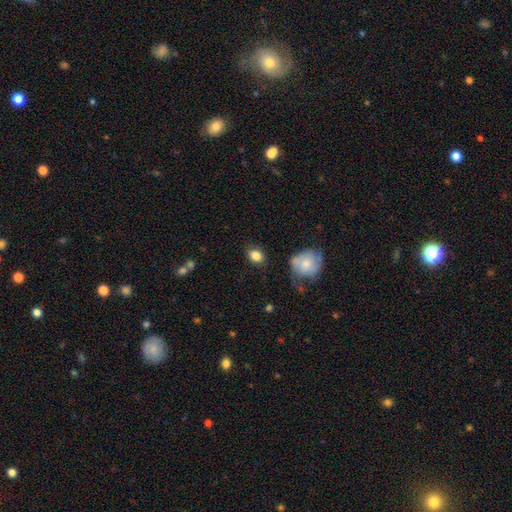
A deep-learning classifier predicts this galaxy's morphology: type=smooth (84%); roundness=in between (70%); merging=none (80%).